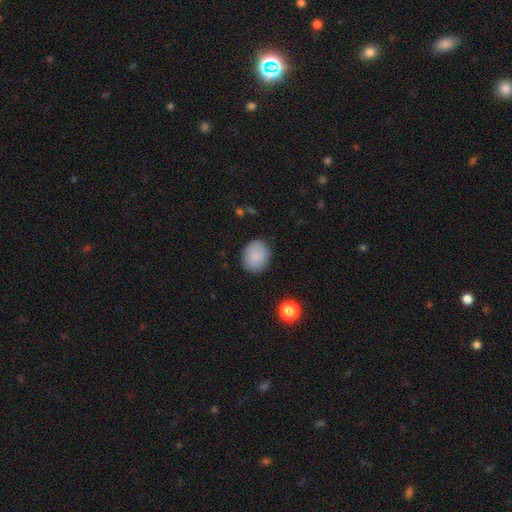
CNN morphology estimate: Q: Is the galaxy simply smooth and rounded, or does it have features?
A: smooth — 87%.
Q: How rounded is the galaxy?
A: round — 62%.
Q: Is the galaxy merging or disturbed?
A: none — 87%.